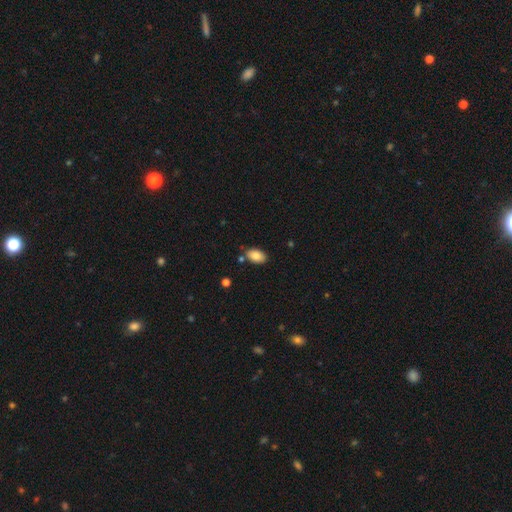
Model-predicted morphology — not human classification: Smooth or featured?
  - smooth: 87% *
  - star or artifact: 7%
  - featured or disk: 6%
How rounded?
  - in between: 93% *
  - round: 6%
  - cigar-shaped: 1%
Merging?
  - none: 80% *
  - minor disturbance: 13%
  - merger: 5%
  - major disturbance: 3%